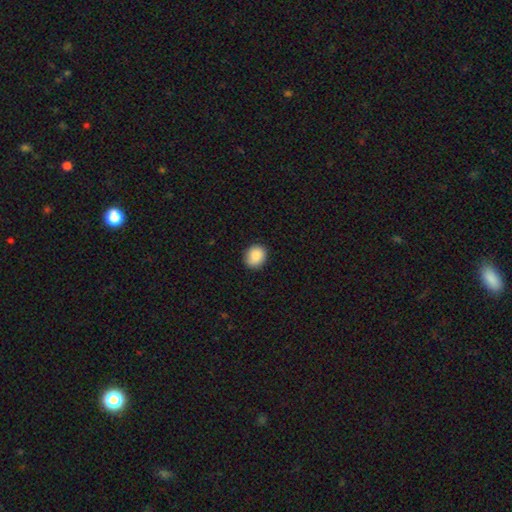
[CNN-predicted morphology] type=smooth (89%); roundness=round (80%); merging=none (89%).